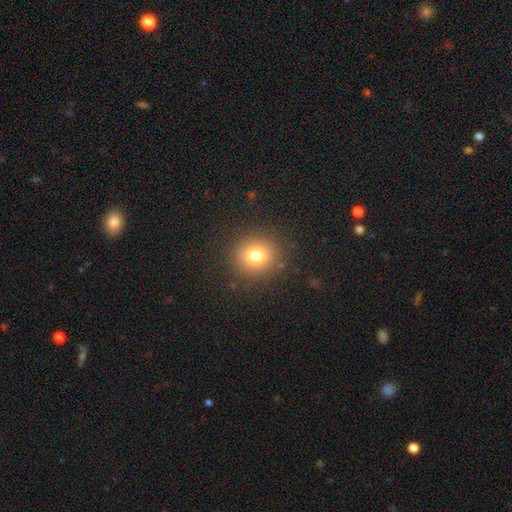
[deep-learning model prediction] Smooth or featured? smooth (76%)
How rounded? round (89%)
Merging? none (88%)